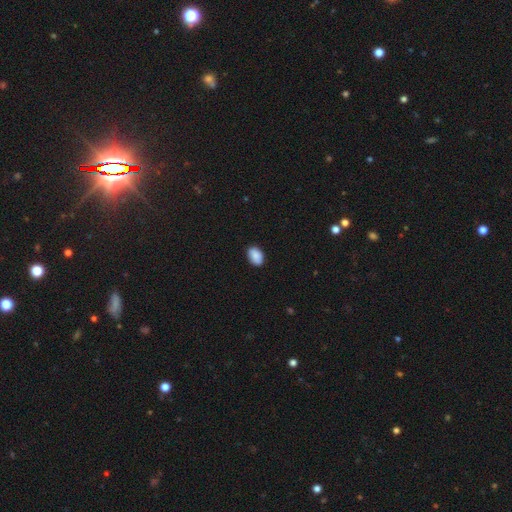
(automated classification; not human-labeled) This is clearly a smooth galaxy (88%). How rounded: clearly in between (87%). Merging: clearly none (86%).